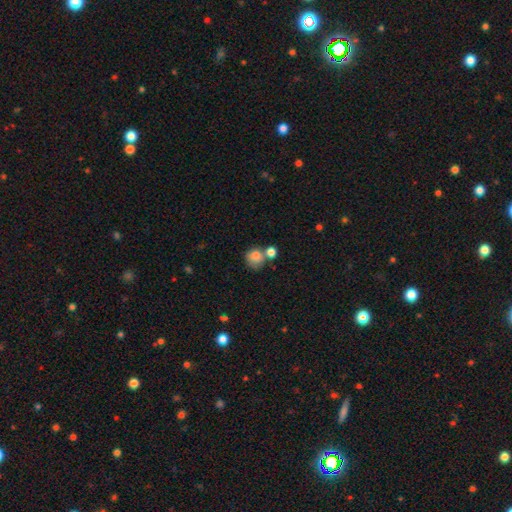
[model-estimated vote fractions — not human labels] smooth-or-featured: smooth: 80% | featured or disk: 10% | star or artifact: 9%
  how-rounded: round: 81% | in between: 18% | cigar-shaped: 1%
  merging: none: 44% | merger: 36% | minor disturbance: 13% | major disturbance: 6%